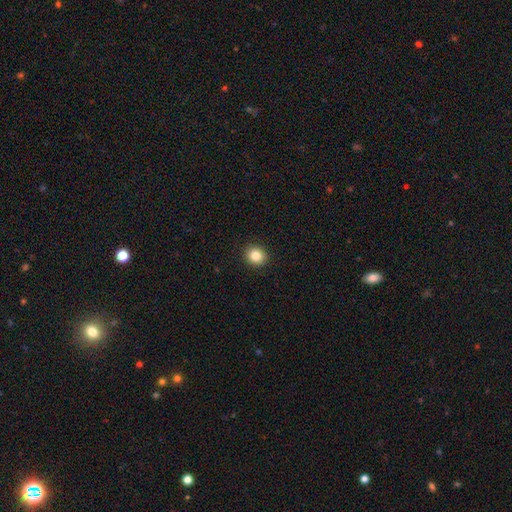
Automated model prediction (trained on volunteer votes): A smooth galaxy with no disk features (84%) that is round (84%). Merging: none (93%).